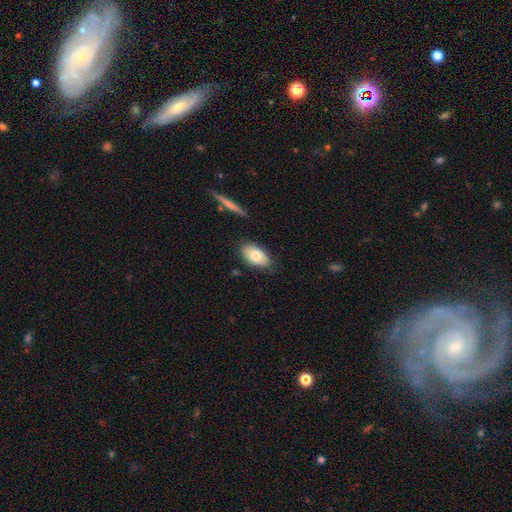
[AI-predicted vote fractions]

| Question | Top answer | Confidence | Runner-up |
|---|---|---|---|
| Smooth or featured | smooth | 78% | featured or disk (16%) |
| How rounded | in between | 93% | round (4%) |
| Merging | none | 83% | minor disturbance (13%) |